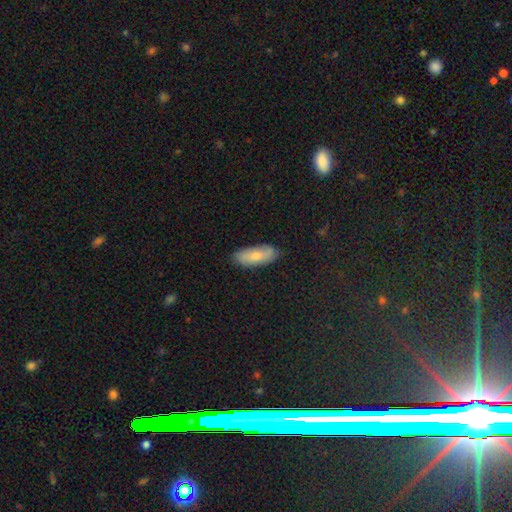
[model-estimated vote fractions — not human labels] Smooth or featured? Predicted: smooth (p=0.75). How rounded? Predicted: in between (p=0.78). Merging? Predicted: none (p=0.81).